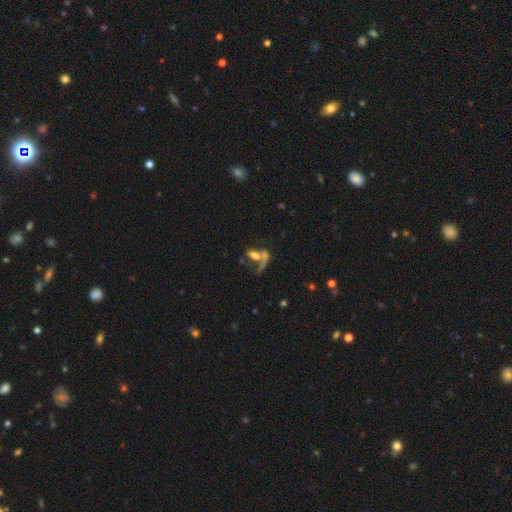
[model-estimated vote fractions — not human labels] A smooth galaxy with no disk features (48%). Merging: merger (48%).